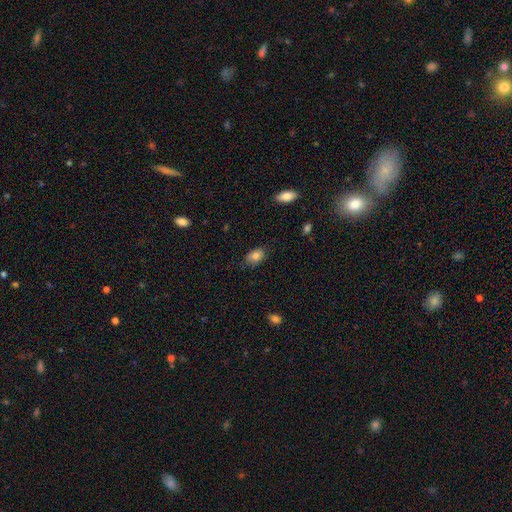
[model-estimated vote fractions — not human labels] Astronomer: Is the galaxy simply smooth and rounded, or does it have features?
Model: smooth — 80%.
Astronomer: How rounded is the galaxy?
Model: in between — 84%.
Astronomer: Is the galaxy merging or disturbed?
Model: none — 75%.